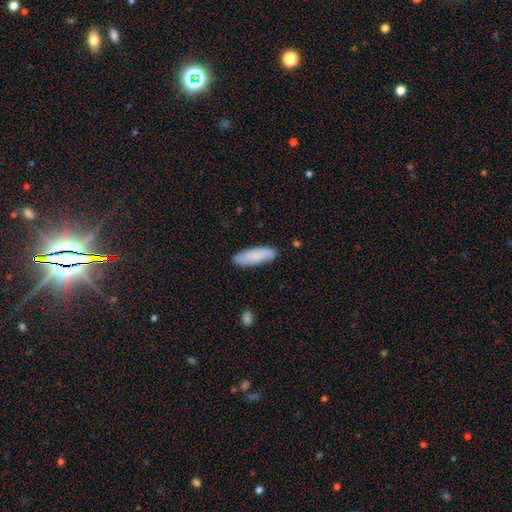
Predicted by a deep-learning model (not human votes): smooth_or_featured: smooth (p=0.83) [alt: featured or disk p=0.11]
how_rounded: in between (p=0.54) [alt: cigar-shaped p=0.44]
merging: none (p=0.87) [alt: minor disturbance p=0.10]